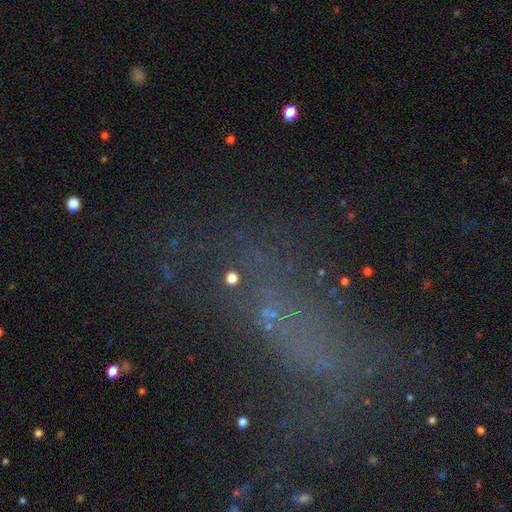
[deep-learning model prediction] This appears to be a star or artifact, not a galaxy (50%).